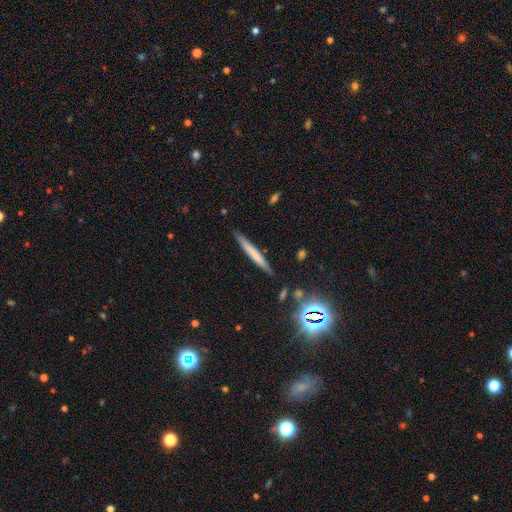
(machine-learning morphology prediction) A smooth galaxy with no disk features (56%) that is cigar-shaped (96%). Merging: none (88%).